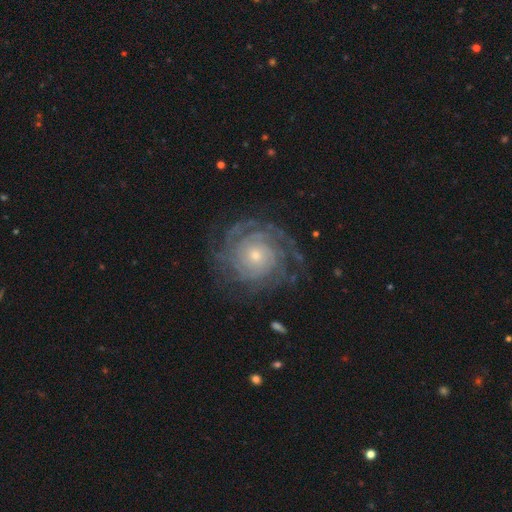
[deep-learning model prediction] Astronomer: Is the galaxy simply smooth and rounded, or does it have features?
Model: featured or disk — 87%.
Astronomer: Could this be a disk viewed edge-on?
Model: no — 98%.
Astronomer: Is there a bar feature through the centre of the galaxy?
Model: no — 80%.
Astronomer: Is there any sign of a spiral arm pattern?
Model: yes — 97%.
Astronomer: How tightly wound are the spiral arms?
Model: tight — 79%.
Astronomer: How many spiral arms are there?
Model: can't tell — 30% (runner-up: 4, 20%).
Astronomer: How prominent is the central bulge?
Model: small — 60% (runner-up: moderate, 35%).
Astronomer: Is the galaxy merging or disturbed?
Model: none — 77%.